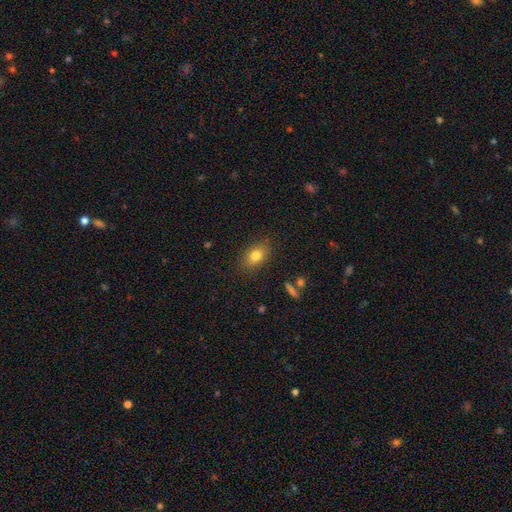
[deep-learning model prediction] Overall: smooth (79%). How rounded: in between (81%). Merging: none (83%).